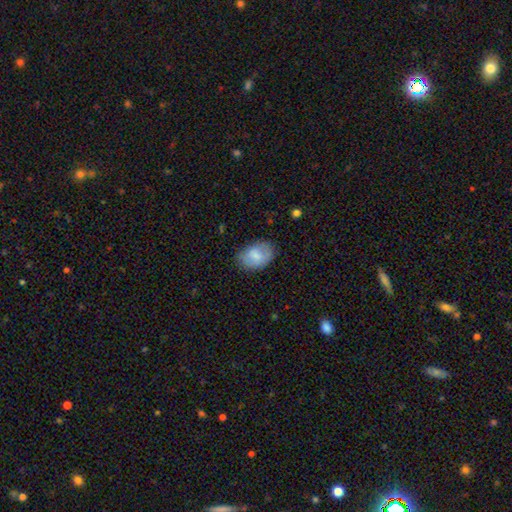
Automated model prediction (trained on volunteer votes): Smooth or featured?
  - smooth: 75% *
  - featured or disk: 18%
  - star or artifact: 7%
How rounded?
  - in between: 83% *
  - round: 16%
  - cigar-shaped: 1%
Merging?
  - none: 72% *
  - minor disturbance: 22%
  - major disturbance: 6%
  - merger: 1%